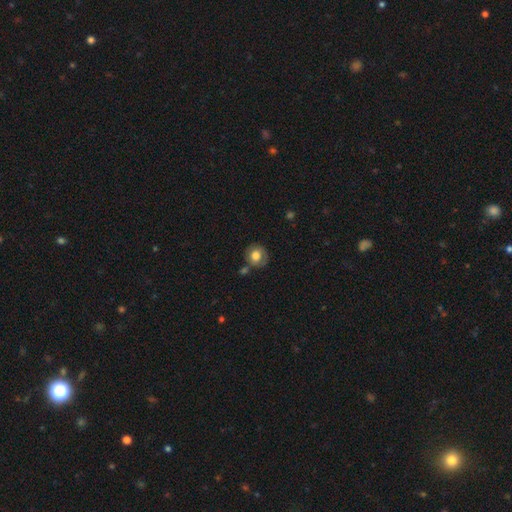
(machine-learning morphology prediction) This is likely a smooth galaxy (75%). How rounded: clearly round (87%). Merging: likely none (73%).